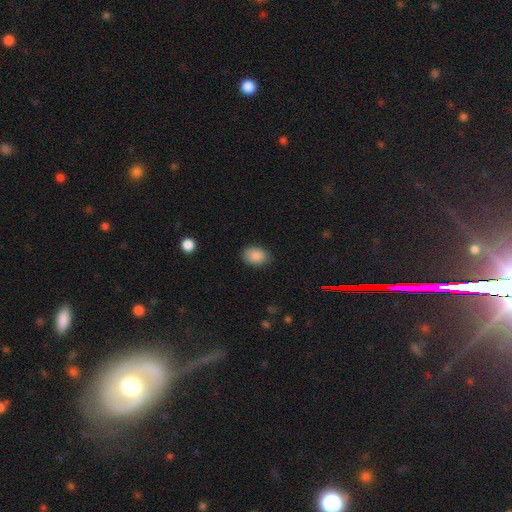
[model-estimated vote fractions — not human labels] Overall: smooth (89%). How rounded: in between (79%). Merging: none (83%).